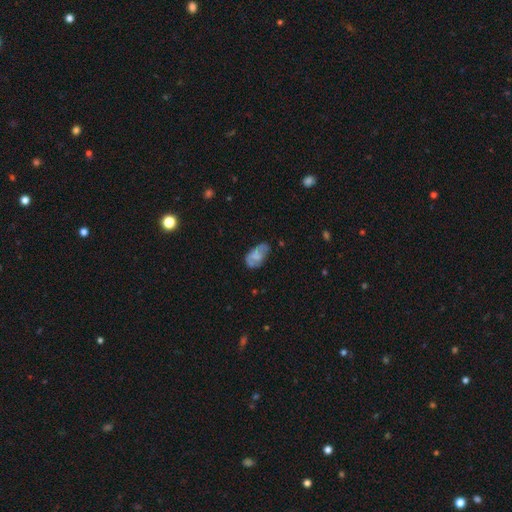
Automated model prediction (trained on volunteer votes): The model was most divided on "merging": none: 45%, minor disturbance: 33%, major disturbance: 18%, merger: 4%. More confident: how rounded — in between (92%); smooth or featured — smooth (53%).